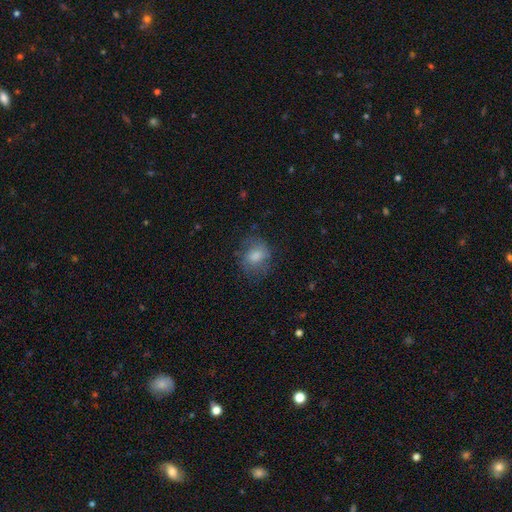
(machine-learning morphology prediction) Smooth or featured?
  - smooth: 73% *
  - featured or disk: 18%
  - star or artifact: 9%
How rounded?
  - round: 60% *
  - in between: 39%
  - cigar-shaped: 1%
Merging?
  - none: 63% *
  - minor disturbance: 23%
  - major disturbance: 13%
  - merger: 1%